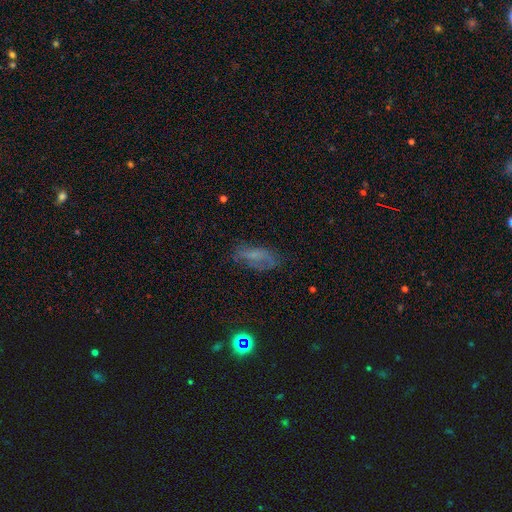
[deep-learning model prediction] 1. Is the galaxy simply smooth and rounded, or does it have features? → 47% smooth, 35% featured or disk, 18% star or artifact.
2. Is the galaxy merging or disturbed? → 58% none, 25% minor disturbance, 15% major disturbance, 2% merger.